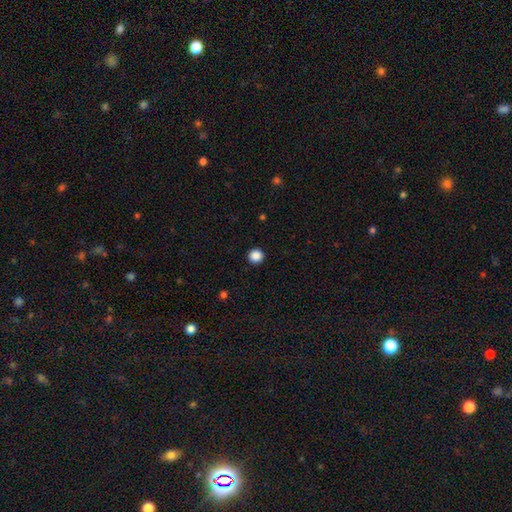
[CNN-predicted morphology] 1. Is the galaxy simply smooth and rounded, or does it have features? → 88% smooth, 10% star or artifact, 2% featured or disk.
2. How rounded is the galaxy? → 95% round, 4% in between, 1% cigar-shaped.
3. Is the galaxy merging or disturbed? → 93% none, 4% minor disturbance, 2% major disturbance, 1% merger.